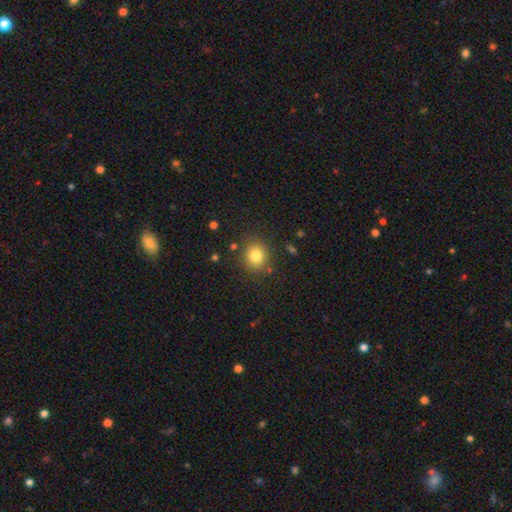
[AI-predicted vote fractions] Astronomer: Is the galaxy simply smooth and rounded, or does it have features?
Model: smooth — 81%.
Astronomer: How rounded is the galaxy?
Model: round — 79%.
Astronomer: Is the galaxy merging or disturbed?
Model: none — 85%.